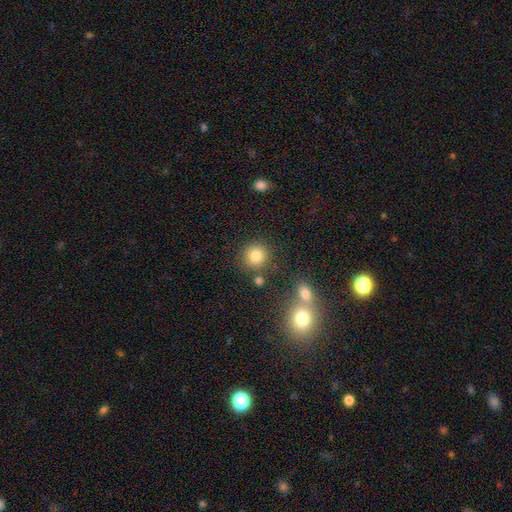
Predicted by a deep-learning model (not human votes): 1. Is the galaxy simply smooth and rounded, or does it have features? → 82% smooth, 12% star or artifact, 7% featured or disk.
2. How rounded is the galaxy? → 90% round, 9% in between, 1% cigar-shaped.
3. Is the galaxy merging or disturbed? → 80% none, 9% minor disturbance, 8% merger, 4% major disturbance.